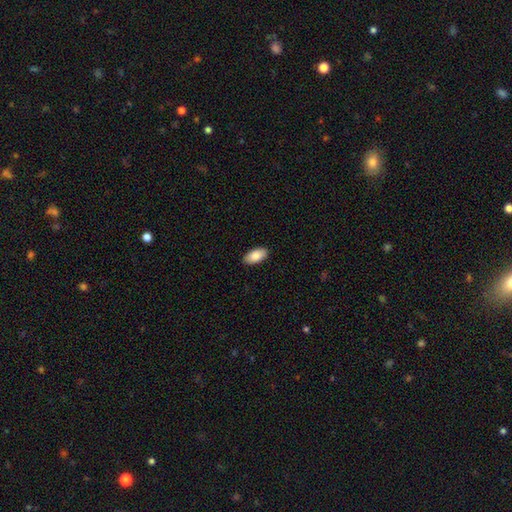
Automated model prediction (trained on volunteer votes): smooth 87%, featured or disk 7%, star or artifact 6%. Down the decision tree: how rounded — in between (95%); merging — none (90%).